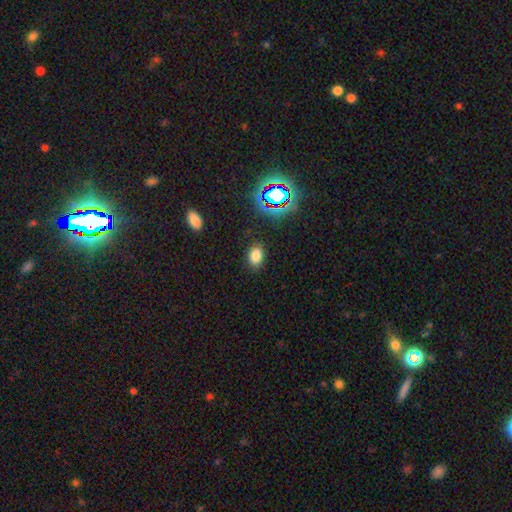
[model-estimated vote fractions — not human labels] This appears to be a smooth galaxy with no disk features (77%) that is in between round and cigar-shaped (75%). Merging: none (85%).